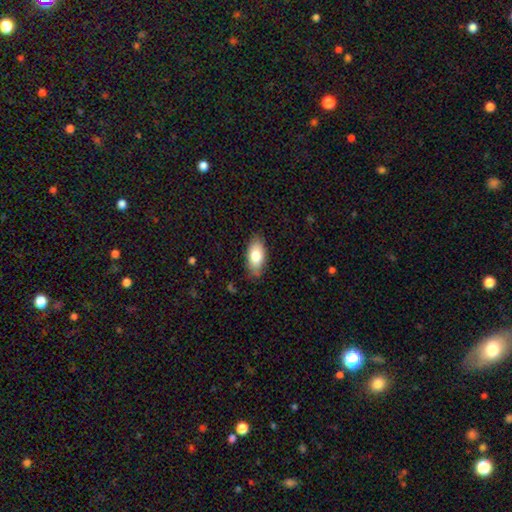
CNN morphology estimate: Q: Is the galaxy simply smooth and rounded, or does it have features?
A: smooth — 77%.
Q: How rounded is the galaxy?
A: in between — 90%.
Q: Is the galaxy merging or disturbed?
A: none — 82%.